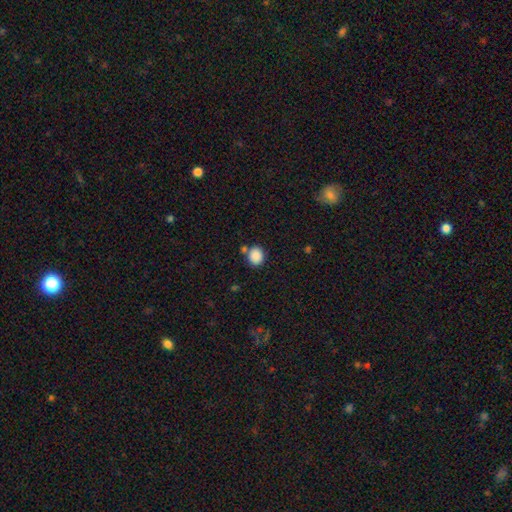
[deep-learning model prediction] smooth_or_featured: smooth (p=0.88) [alt: star or artifact p=0.09]
how_rounded: round (p=0.63) [alt: in between p=0.36]
merging: none (p=0.71) [alt: merger p=0.14]